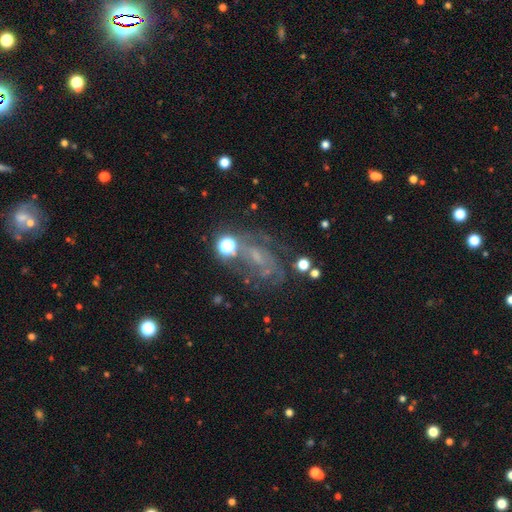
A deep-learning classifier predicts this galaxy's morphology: A featured or disk galaxy (63%) with no bar (50%), spiral arms (74%) and a small central bulge (53%).

Vote fractions:
- Smooth or featured? featured or disk: 63% / star or artifact: 20% / smooth: 16%
- Edge-on disk? no: 95% / yes: 5%
- Bar? no: 50% / weak: 37% / strong: 13%
- Spiral arms? yes: 74% / no: 26%
- Bulge size? small: 53% / none: 25% / moderate: 18% / large: 2% / dominant: 1%
- Merging? none: 52% / major disturbance: 22% / minor disturbance: 19% / merger: 7%